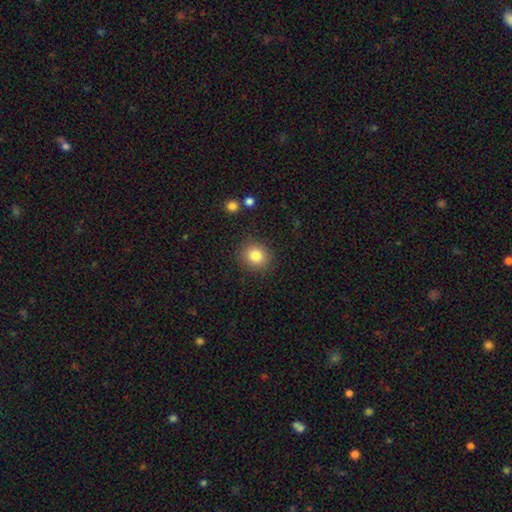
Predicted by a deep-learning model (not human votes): smooth-or-featured: smooth: 83% | star or artifact: 11% | featured or disk: 7%
  how-rounded: round: 86% | in between: 13% | cigar-shaped: 1%
  merging: none: 88% | minor disturbance: 8% | major disturbance: 3% | merger: 2%